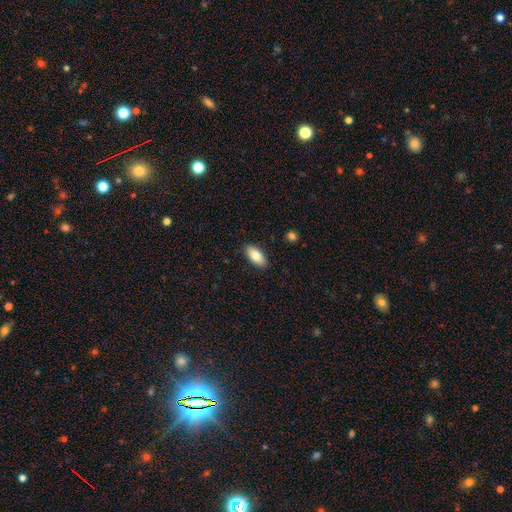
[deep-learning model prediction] smooth-or-featured: smooth: 83% | featured or disk: 11% | star or artifact: 7%
  how-rounded: in between: 91% | cigar-shaped: 6% | round: 2%
  merging: none: 89% | minor disturbance: 8% | major disturbance: 2% | merger: 1%